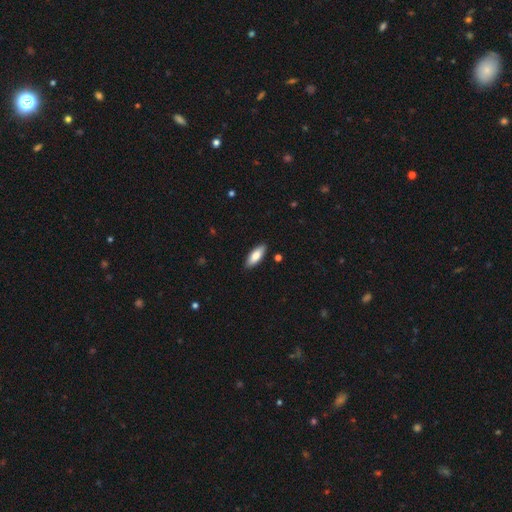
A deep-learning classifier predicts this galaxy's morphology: Smooth or featured? smooth (80%)
How rounded? in between (71%)
Merging? none (89%)